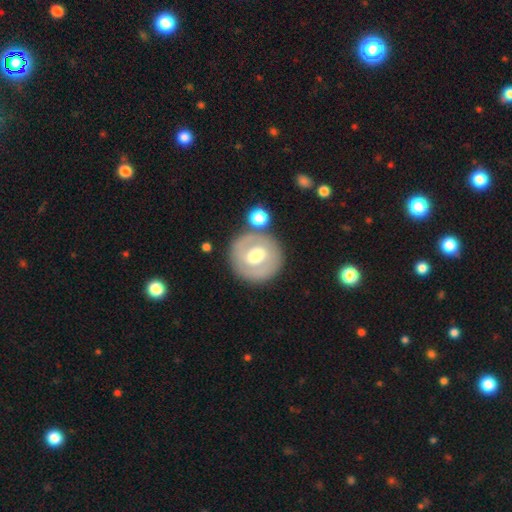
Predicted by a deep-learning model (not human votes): This is possibly a featured or disk galaxy (50%). It is clearly not viewed edge-on (95%). Merging: likely none (76%).